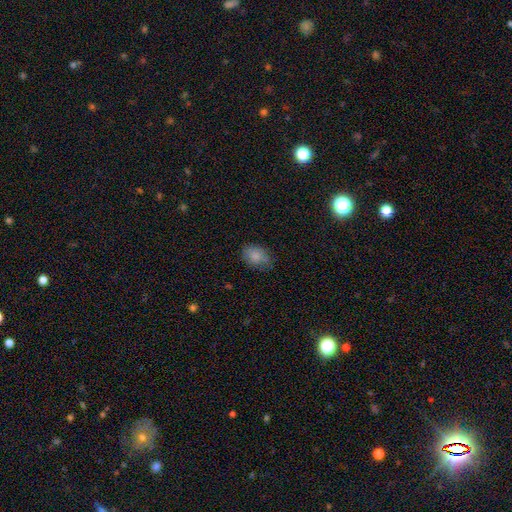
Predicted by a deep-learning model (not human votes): This appears to be a smooth galaxy with no disk features (83%) that is in between round and cigar-shaped (74%). Merging: none (66%).